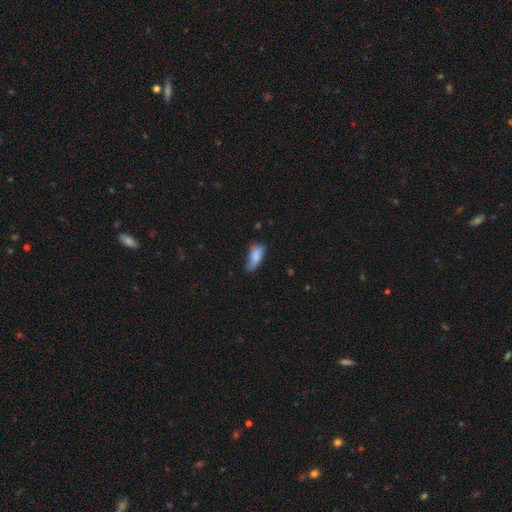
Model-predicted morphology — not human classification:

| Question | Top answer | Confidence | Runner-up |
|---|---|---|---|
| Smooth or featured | smooth | 79% | featured or disk (13%) |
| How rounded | in between | 77% | cigar-shaped (20%) |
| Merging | none | 45% | minor disturbance (38%) |